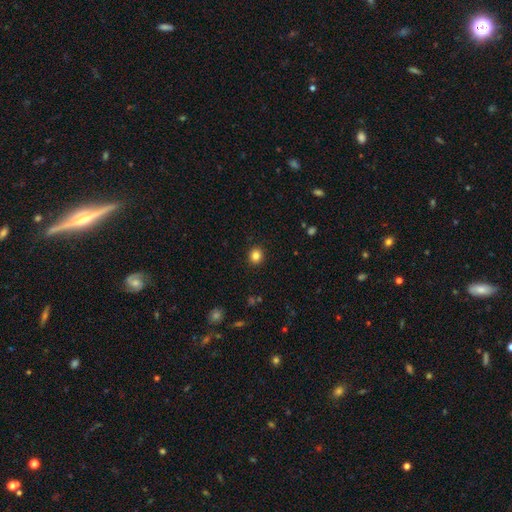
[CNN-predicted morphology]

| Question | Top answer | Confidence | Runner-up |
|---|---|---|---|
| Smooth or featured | smooth | 83% | star or artifact (11%) |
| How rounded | round | 82% | in between (17%) |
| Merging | none | 91% | minor disturbance (6%) |